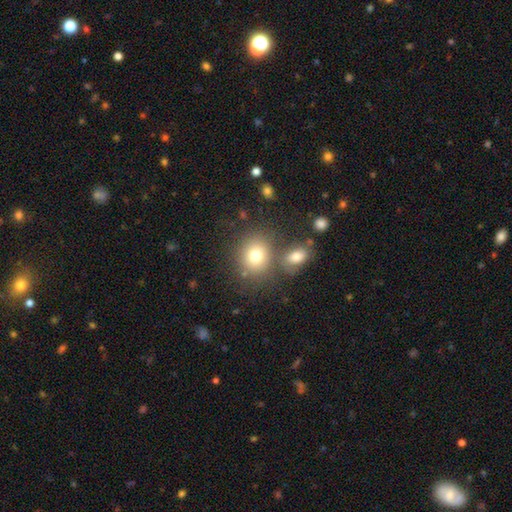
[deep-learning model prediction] Smooth or featured: smooth — 76% (star or artifact — 12%)
How rounded: round — 72% (in between — 27%)
Merging: none — 66% (merger — 19%)